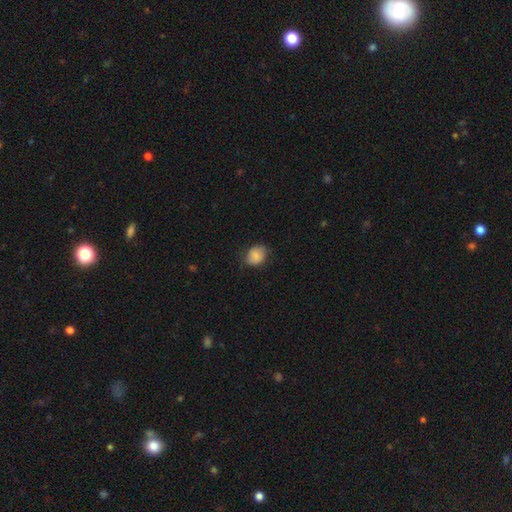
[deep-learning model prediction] Smooth or featured?
  - smooth: 84% *
  - featured or disk: 8%
  - star or artifact: 8%
How rounded?
  - round: 58% *
  - in between: 41%
  - cigar-shaped: 1%
Merging?
  - none: 74% *
  - minor disturbance: 21%
  - major disturbance: 5%
  - merger: 1%